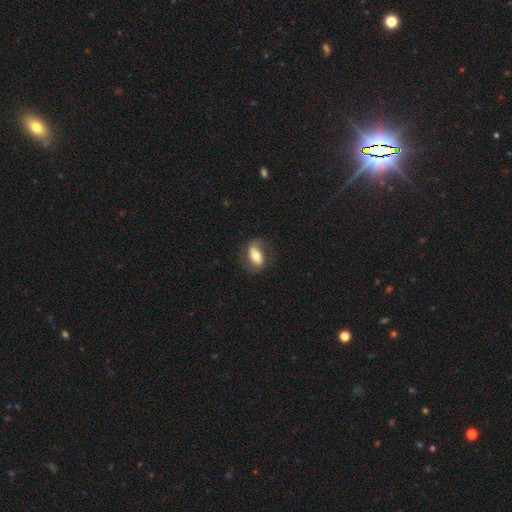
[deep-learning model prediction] A smooth galaxy with no disk features (50%). Merging: none (68%).